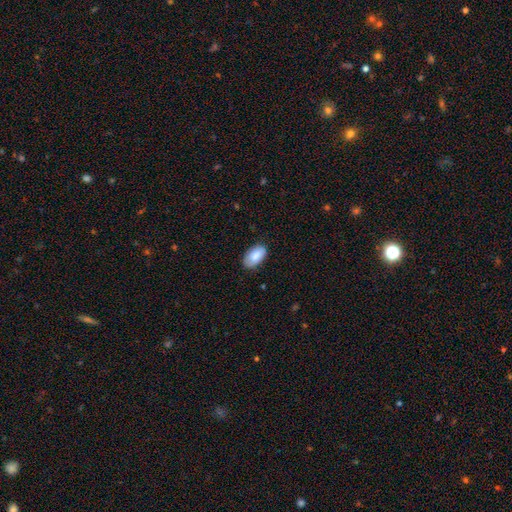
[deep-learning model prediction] smooth-or-featured: smooth: 84% | featured or disk: 10% | star or artifact: 6%
  how-rounded: in between: 95% | round: 4% | cigar-shaped: 1%
  merging: none: 82% | minor disturbance: 15% | major disturbance: 3% | merger: 1%